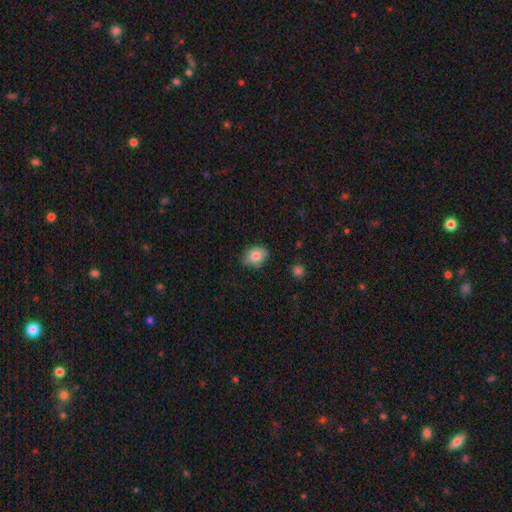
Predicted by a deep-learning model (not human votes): A smooth galaxy with no disk features (80%) that is in between round and cigar-shaped (73%). Merging: none (73%).